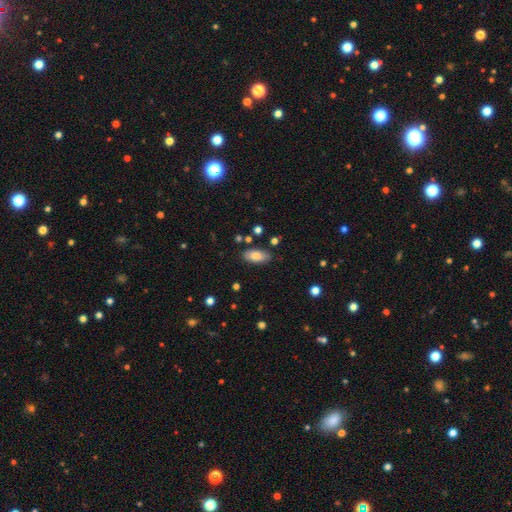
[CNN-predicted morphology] Smooth or featured: smooth — 77% (featured or disk — 15%)
How rounded: in between — 92% (cigar-shaped — 6%)
Merging: none — 83% (minor disturbance — 12%)